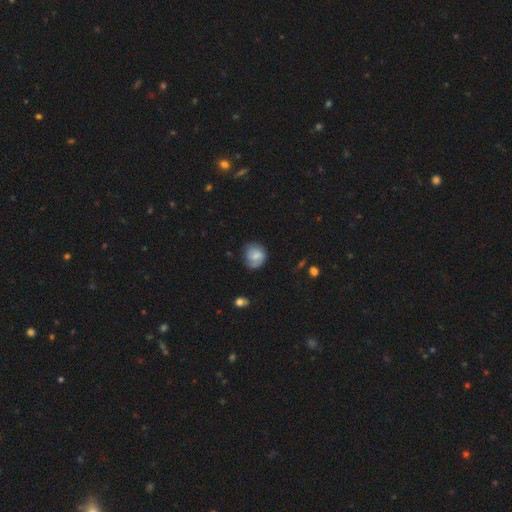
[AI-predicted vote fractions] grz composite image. It shows a smooth galaxy with no disk features (58%) that is round (80%). Merging: none (69%).